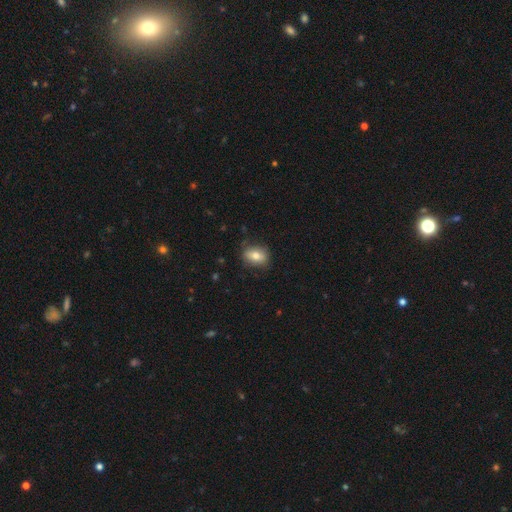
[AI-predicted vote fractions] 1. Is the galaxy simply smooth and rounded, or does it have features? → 76% smooth, 16% featured or disk, 9% star or artifact.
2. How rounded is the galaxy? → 71% in between, 27% round, 2% cigar-shaped.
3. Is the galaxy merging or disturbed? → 79% none, 17% minor disturbance, 4% major disturbance, 1% merger.